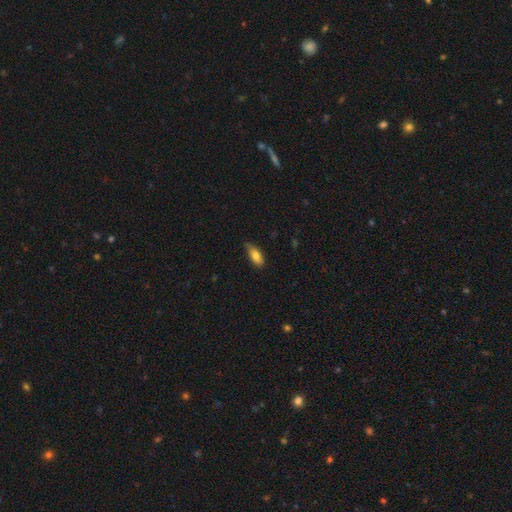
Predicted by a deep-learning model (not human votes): Smooth or featured?
  - smooth: 80% *
  - featured or disk: 14%
  - star or artifact: 7%
How rounded?
  - in between: 81% *
  - cigar-shaped: 17%
  - round: 3%
Merging?
  - none: 61% *
  - minor disturbance: 32%
  - major disturbance: 5%
  - merger: 1%